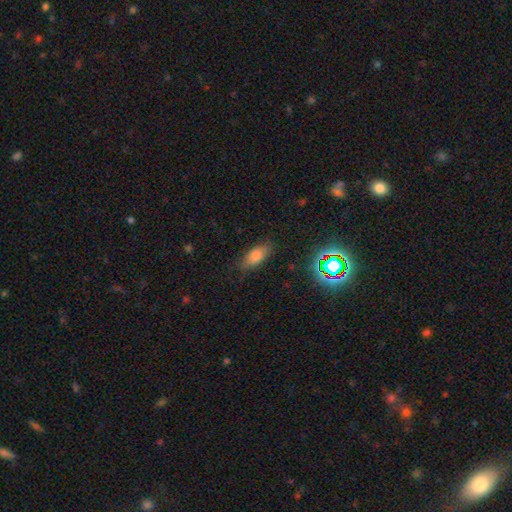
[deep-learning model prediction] The model was most divided on "smooth or featured": smooth: 75%, star or artifact: 14%, featured or disk: 11%. More confident: how rounded — in between (81%); merging — none (79%).